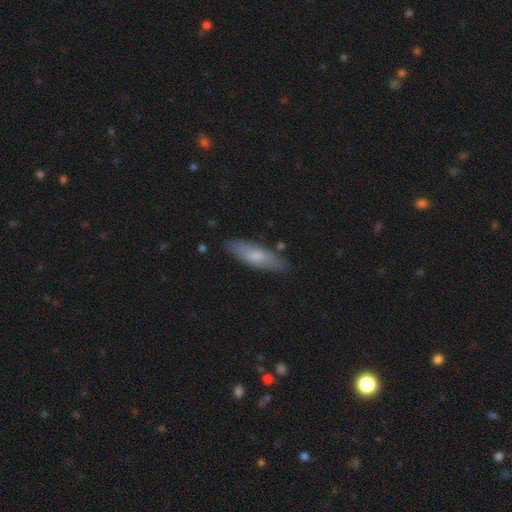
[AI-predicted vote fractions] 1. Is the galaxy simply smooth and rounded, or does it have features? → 68% smooth, 26% featured or disk, 6% star or artifact.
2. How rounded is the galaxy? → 54% cigar-shaped, 44% in between, 2% round.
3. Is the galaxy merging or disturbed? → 83% none, 13% minor disturbance, 2% major disturbance, 2% merger.